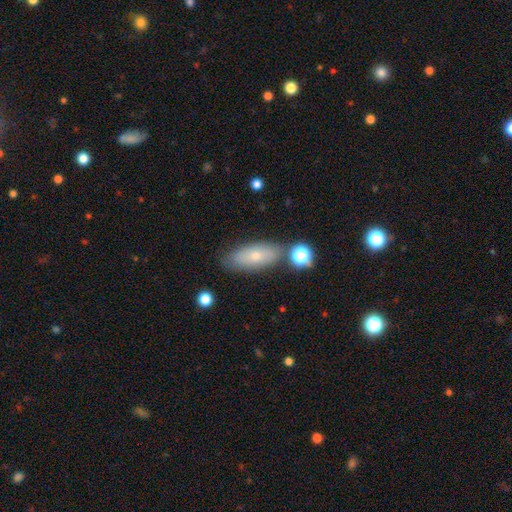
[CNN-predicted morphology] The model was most divided on "smooth or featured": smooth: 64%, featured or disk: 27%, star or artifact: 9%. More confident: merging — none (76%); how rounded — in between (73%).